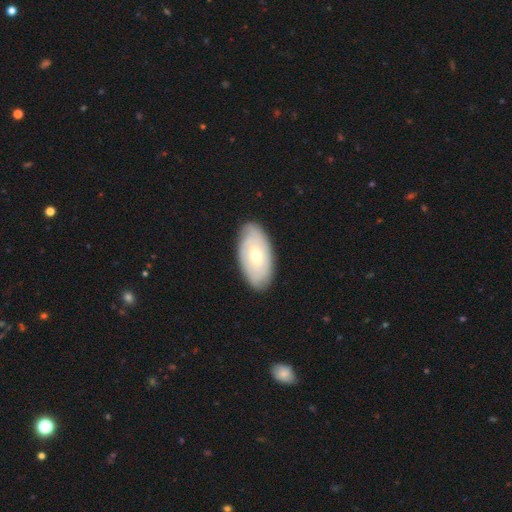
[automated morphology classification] Smooth or featured? featured or disk (52%)
Edge-on disk? no (89%)
Merging? none (85%)